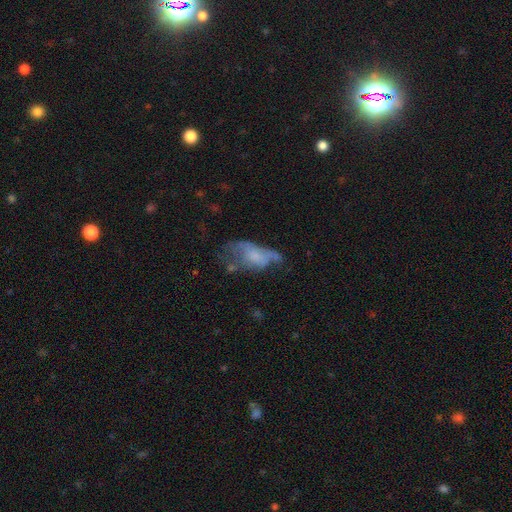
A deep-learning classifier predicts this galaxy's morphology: Smooth or featured: smooth — 47% (featured or disk — 41%)
Merging: major disturbance — 39% (none — 27%)